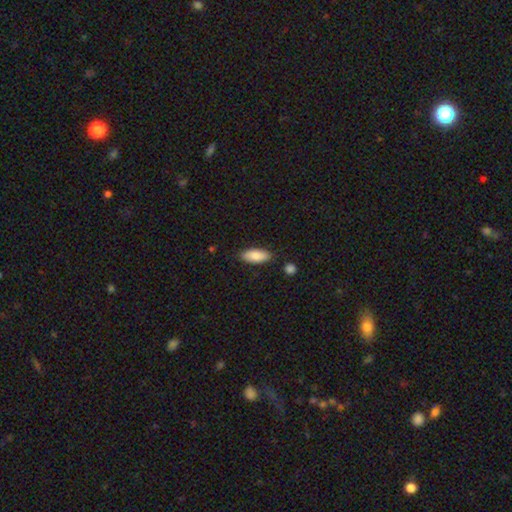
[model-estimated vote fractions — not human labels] Smooth or featured: smooth — 86% (featured or disk — 8%)
How rounded: in between — 82% (cigar-shaped — 16%)
Merging: none — 84% (minor disturbance — 11%)